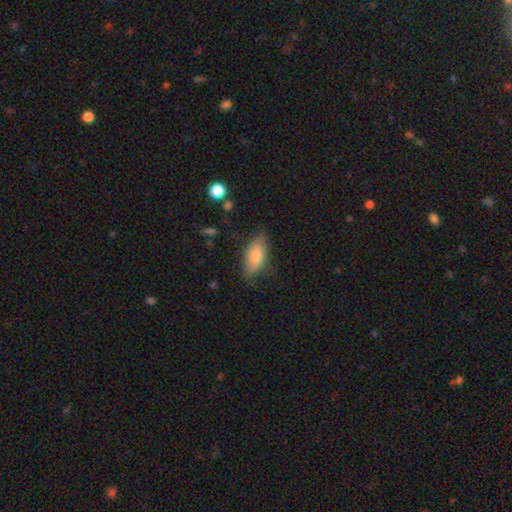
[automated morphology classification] Smooth or featured?
  - smooth: 74% *
  - featured or disk: 19%
  - star or artifact: 7%
How rounded?
  - in between: 80% *
  - cigar-shaped: 17%
  - round: 3%
Merging?
  - none: 75% *
  - minor disturbance: 19%
  - major disturbance: 4%
  - merger: 1%